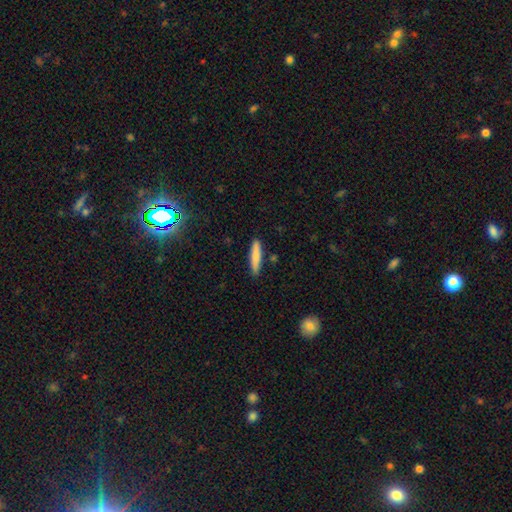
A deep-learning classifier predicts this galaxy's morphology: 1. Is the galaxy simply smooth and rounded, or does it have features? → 82% smooth, 13% featured or disk, 6% star or artifact.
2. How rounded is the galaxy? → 87% cigar-shaped, 12% in between, 1% round.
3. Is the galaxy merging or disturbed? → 87% none, 9% minor disturbance, 2% merger, 2% major disturbance.